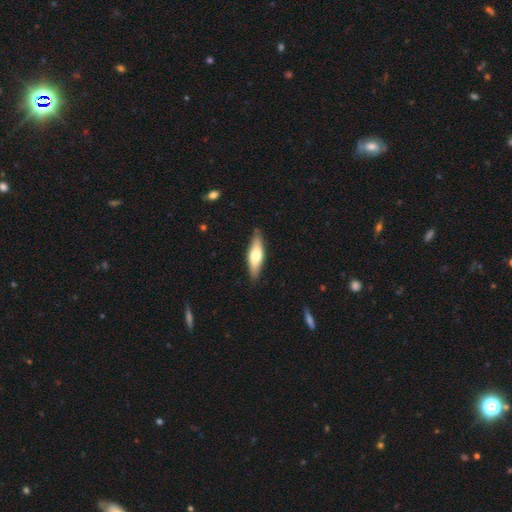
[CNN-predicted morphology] A smooth galaxy with no disk features (58%) that is cigar-shaped (54%).

Vote fractions:
- Smooth or featured? smooth: 58% / featured or disk: 37% / star or artifact: 5%
- How rounded? cigar-shaped: 54% / in between: 44% / round: 2%
- Merging? none: 86% / minor disturbance: 11% / major disturbance: 2% / merger: 1%